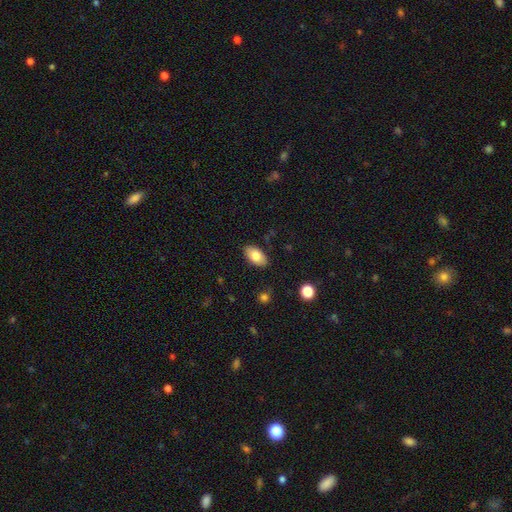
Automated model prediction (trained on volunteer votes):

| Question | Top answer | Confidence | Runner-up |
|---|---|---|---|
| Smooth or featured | smooth | 81% | featured or disk (12%) |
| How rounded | in between | 94% | round (4%) |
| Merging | none | 86% | minor disturbance (10%) |